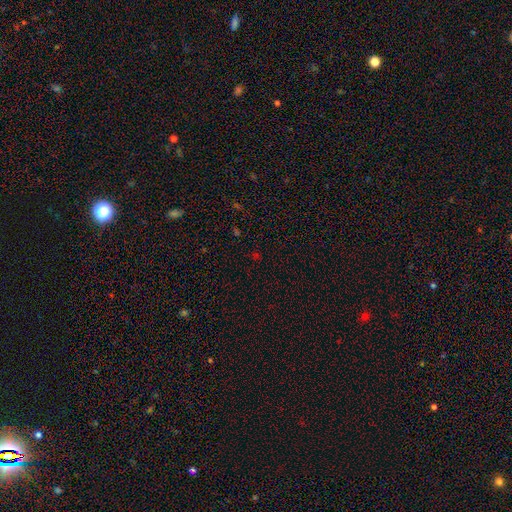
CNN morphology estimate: This is possibly a star or artifact rather than a galaxy (59%).